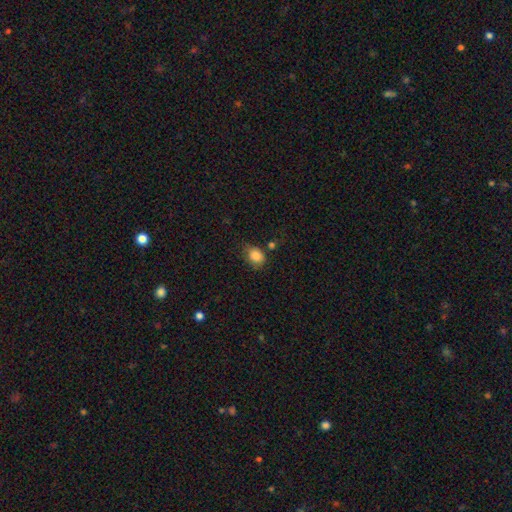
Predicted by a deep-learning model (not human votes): Overall: smooth (85%). How rounded: in between (55%; round 44%). Merging: none (59%; minor disturbance 28%).